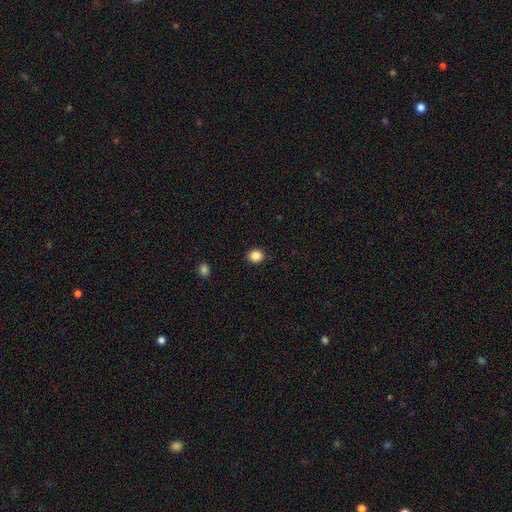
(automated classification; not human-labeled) smooth-or-featured: smooth: 86% | star or artifact: 10% | featured or disk: 3%
  how-rounded: round: 83% | in between: 17% | cigar-shaped: 1%
  merging: none: 91% | minor disturbance: 6% | major disturbance: 2% | merger: 1%